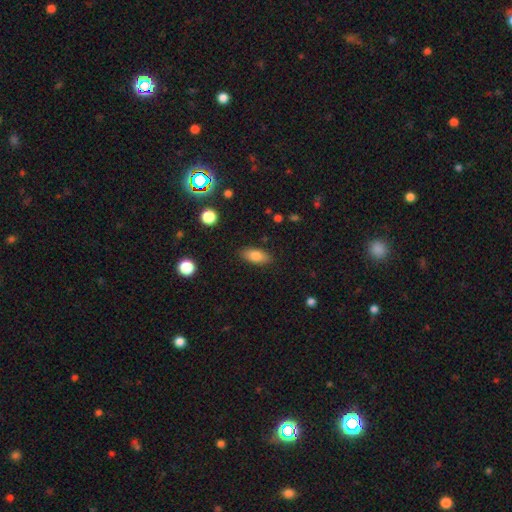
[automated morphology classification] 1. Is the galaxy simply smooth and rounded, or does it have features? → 82% smooth, 9% featured or disk, 8% star or artifact.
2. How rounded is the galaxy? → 86% in between, 10% cigar-shaped, 4% round.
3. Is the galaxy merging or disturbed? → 86% none, 10% minor disturbance, 3% major disturbance, 1% merger.